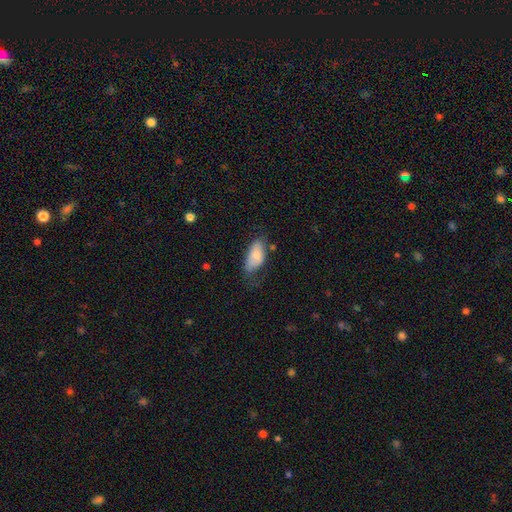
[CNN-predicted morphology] This is likely a smooth galaxy (78%). How rounded: clearly in between (93%). Merging: marginally none (44%).